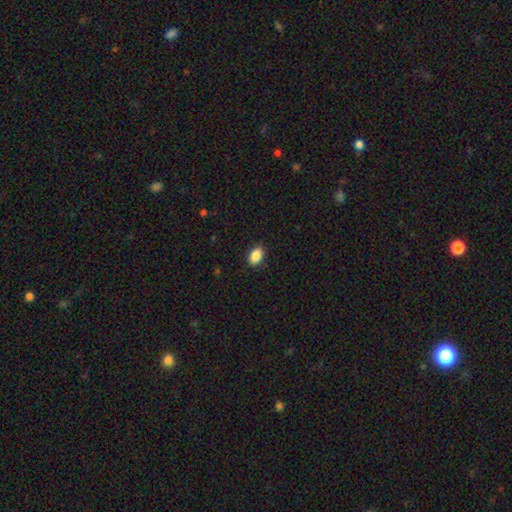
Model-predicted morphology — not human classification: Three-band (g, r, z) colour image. It shows a smooth galaxy with no disk features (88%) that is in between round and cigar-shaped (87%). Merging: none (88%).